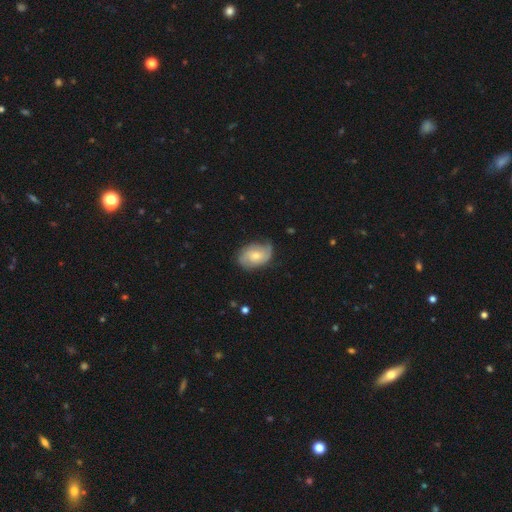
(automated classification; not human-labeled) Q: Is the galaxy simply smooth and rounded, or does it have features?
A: featured or disk — 59%.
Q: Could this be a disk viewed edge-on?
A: no — 96%.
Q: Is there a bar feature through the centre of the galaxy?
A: no — 67%.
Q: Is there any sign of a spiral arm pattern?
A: yes — 88%.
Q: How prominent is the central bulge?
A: small — 49%.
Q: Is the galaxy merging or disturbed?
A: none — 68%.